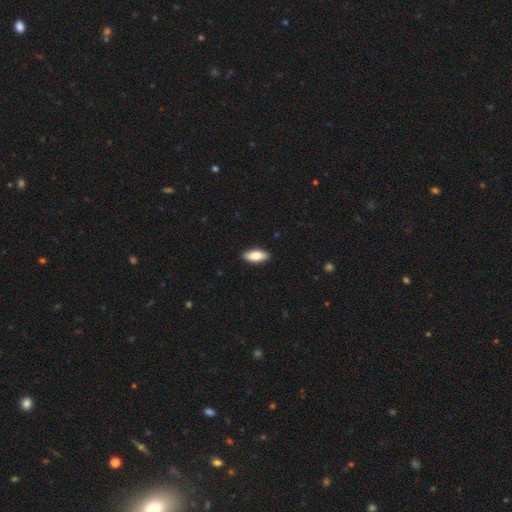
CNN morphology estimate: smooth 83%, featured or disk 12%, star or artifact 6%. Down the decision tree: how rounded — in between (81%); merging — none (90%).